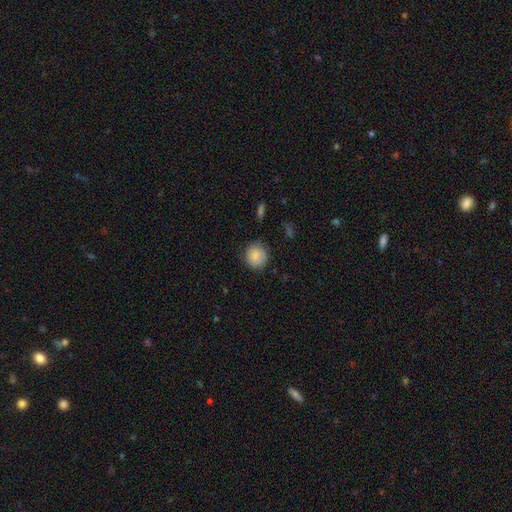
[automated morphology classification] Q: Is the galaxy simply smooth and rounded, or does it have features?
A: smooth — 85%.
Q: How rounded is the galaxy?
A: round — 88%.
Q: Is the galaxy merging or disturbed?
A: none — 78%.